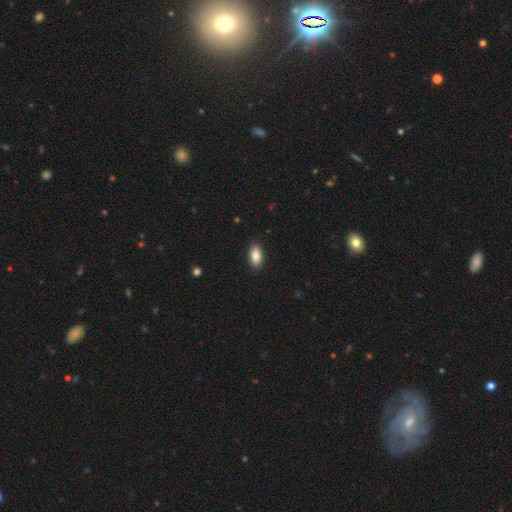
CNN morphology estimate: Smooth or featured? smooth (85%)
How rounded? in between (92%)
Merging? none (90%)